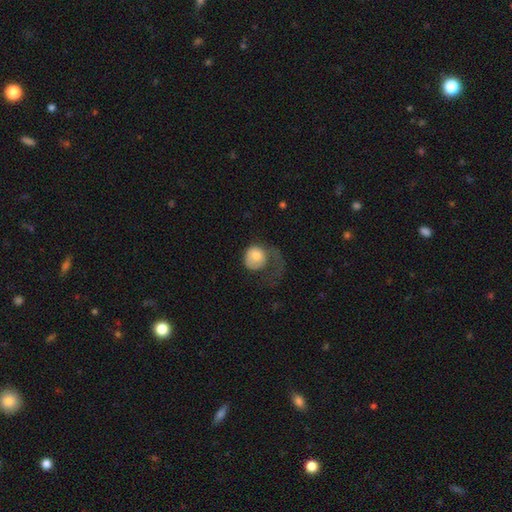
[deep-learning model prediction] A smooth galaxy with no disk features (66%) that is round (79%).

Vote fractions:
- Smooth or featured? smooth: 66% / featured or disk: 27% / star or artifact: 7%
- How rounded? round: 79% / in between: 20% / cigar-shaped: 1%
- Merging? major disturbance: 63% / none: 20% / minor disturbance: 14% / merger: 3%